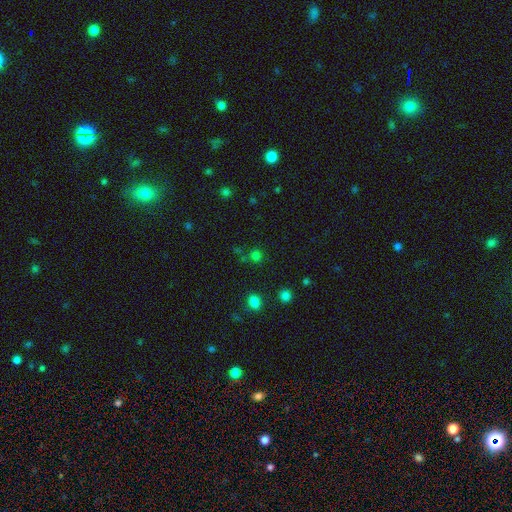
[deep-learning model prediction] smooth_or_featured: smooth (p=0.71) [alt: star or artifact p=0.24]
how_rounded: round (p=0.88) [alt: in between p=0.11]
merging: none (p=0.75) [alt: merger p=0.11]